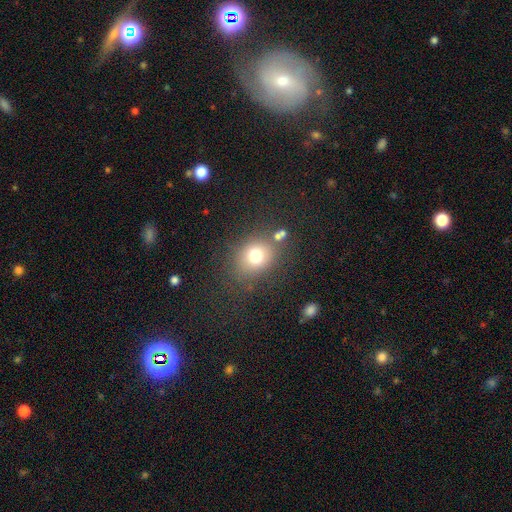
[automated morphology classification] smooth 73%, star or artifact 15%, featured or disk 12%. Down the decision tree: how rounded — round (58%); merging — none (73%).